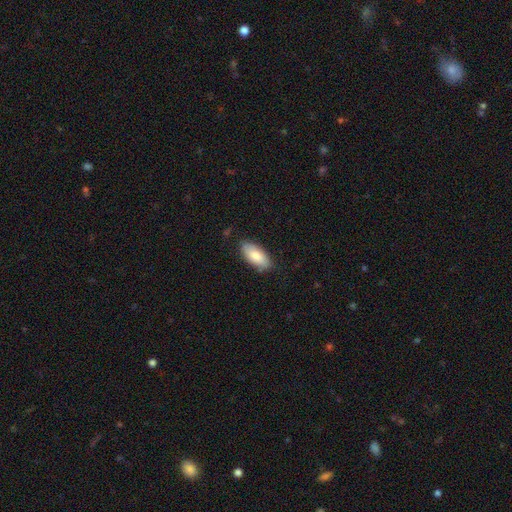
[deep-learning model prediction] This is clearly a smooth galaxy (82%). How rounded: clearly in between (89%). Merging: clearly none (81%).